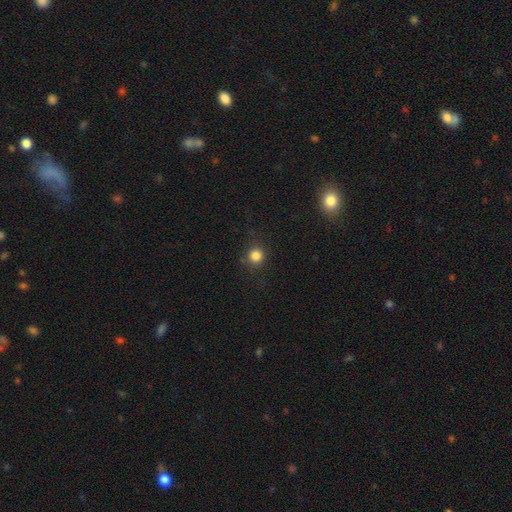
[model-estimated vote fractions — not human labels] Q: Smooth or featured?
A: smooth (83%); runner-up: star or artifact (13%)
Q: How rounded?
A: round (93%); runner-up: in between (6%)
Q: Merging?
A: none (85%); runner-up: minor disturbance (10%)